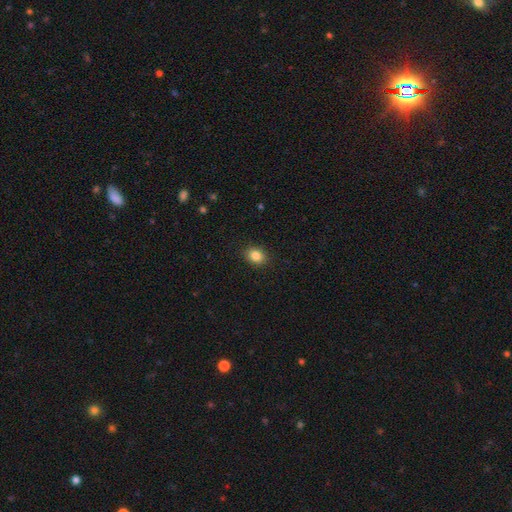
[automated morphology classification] This appears to be a smooth galaxy with no disk features (85%) that is in between round and cigar-shaped (50%, tied with round). Merging: none (90%).